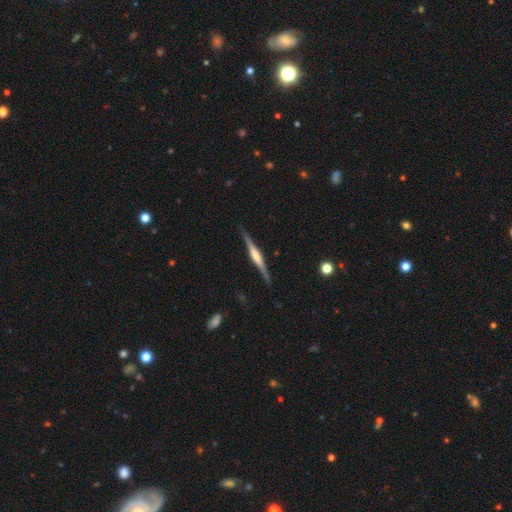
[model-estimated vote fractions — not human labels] Smooth or featured? featured or disk (78%)
Edge-on disk? yes (98%)
Edge-on bulge? rounded (58%)
Merging? none (87%)